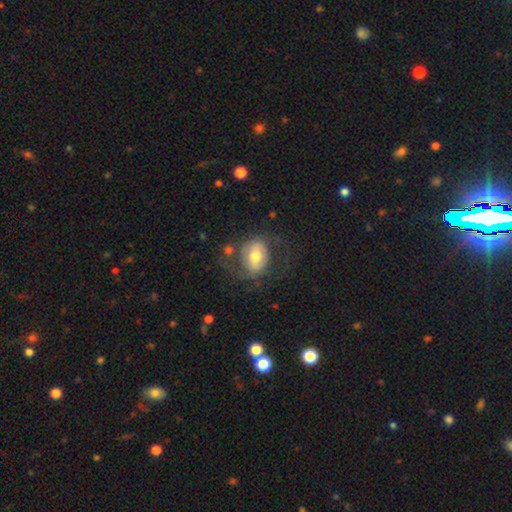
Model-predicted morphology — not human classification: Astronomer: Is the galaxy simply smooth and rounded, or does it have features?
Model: featured or disk — 49% (runner-up: smooth, 43%).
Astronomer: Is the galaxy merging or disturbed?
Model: none — 52%.